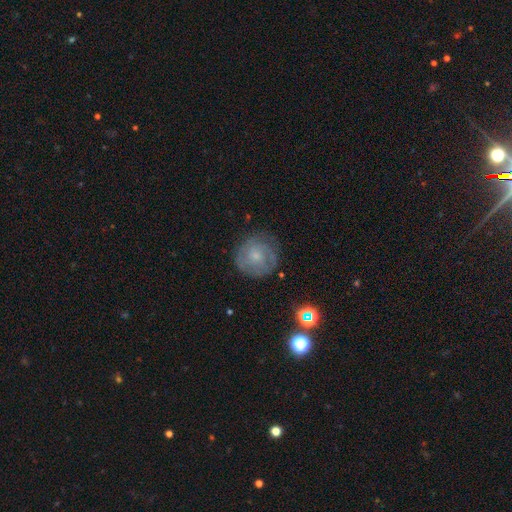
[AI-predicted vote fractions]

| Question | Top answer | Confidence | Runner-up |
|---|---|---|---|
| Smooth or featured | featured or disk | 55% | smooth (37%) |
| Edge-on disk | no | 97% | yes (3%) |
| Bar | no | 77% | weak (20%) |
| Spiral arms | yes | 79% | no (21%) |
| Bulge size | small | 55% | moderate (31%) |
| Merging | none | 75% | minor disturbance (17%) |